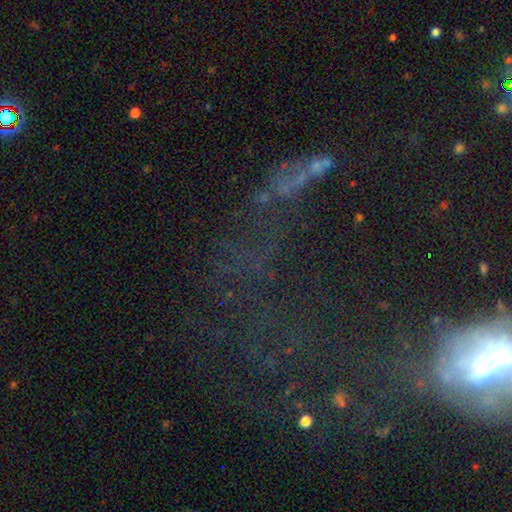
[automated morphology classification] A star or artifact, not a galaxy (54%).